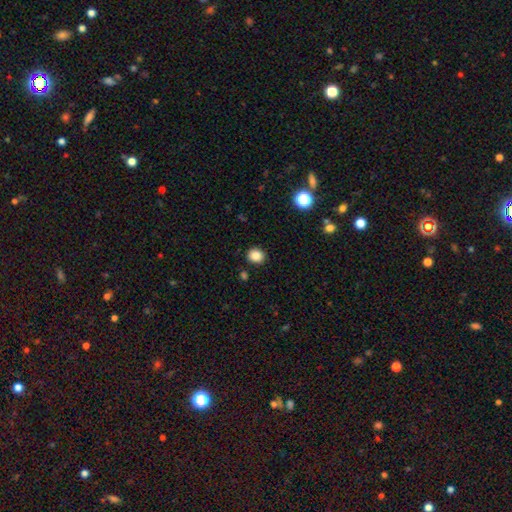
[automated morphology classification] type=smooth (86%); roundness=round (74%); merging=none (89%).